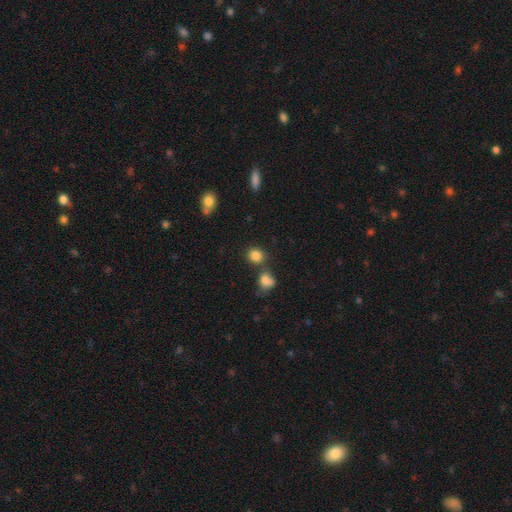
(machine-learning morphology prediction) Smooth or featured: smooth — 83% (star or artifact — 11%)
How rounded: round — 74% (in between — 25%)
Merging: none — 66% (merger — 20%)